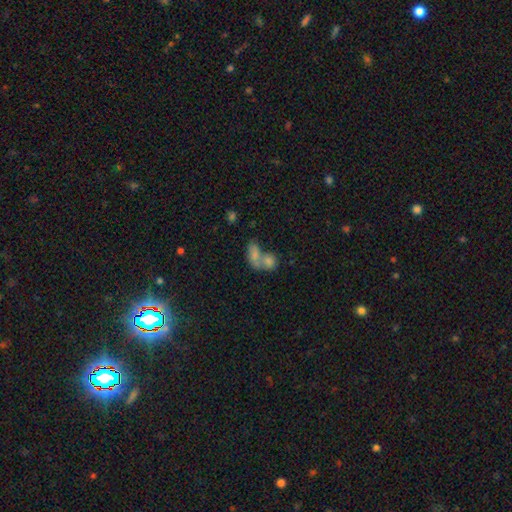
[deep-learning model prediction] smooth 73%, featured or disk 17%, star or artifact 10%. Down the decision tree: how rounded — in between (82%); merging — merger (70%).